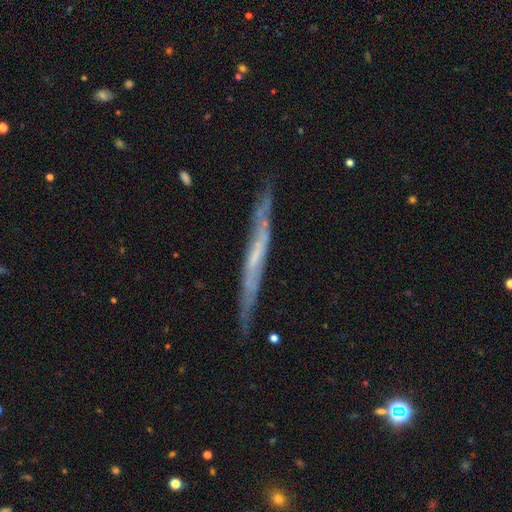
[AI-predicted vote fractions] featured or disk 69%, smooth 25%, star or artifact 7%. Down the decision tree: edge-on disk — yes (87%); edge-on bulge — none (82%); merging — none (78%).